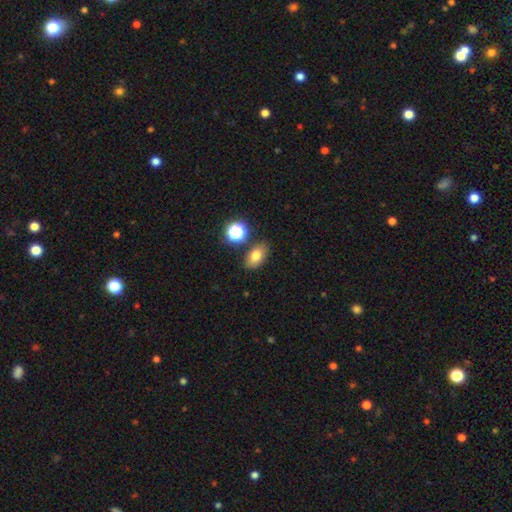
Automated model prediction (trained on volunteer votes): A smooth galaxy with no disk features (75%) that is in between round and cigar-shaped (84%).

Vote fractions:
- Smooth or featured? smooth: 75% / star or artifact: 13% / featured or disk: 13%
- How rounded? in between: 84% / round: 14% / cigar-shaped: 2%
- Merging? none: 78% / minor disturbance: 11% / merger: 7% / major disturbance: 3%